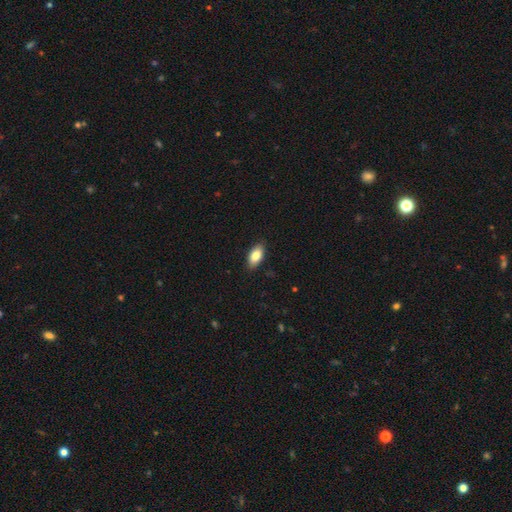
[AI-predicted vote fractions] Q: Smooth or featured?
A: smooth (84%); runner-up: featured or disk (9%)
Q: How rounded?
A: in between (91%); runner-up: cigar-shaped (5%)
Q: Merging?
A: none (88%); runner-up: minor disturbance (9%)